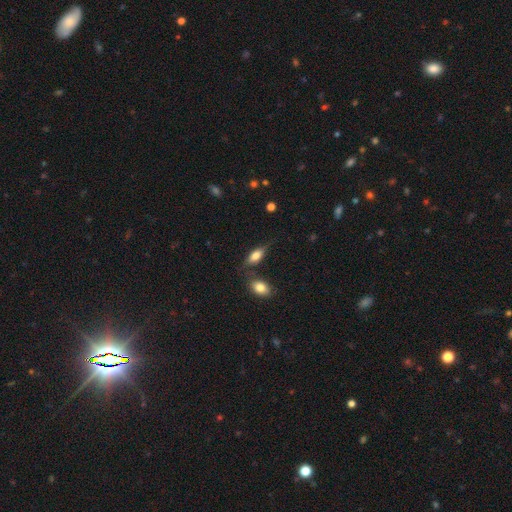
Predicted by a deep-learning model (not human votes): Smooth or featured: smooth — 71% (featured or disk — 22%)
How rounded: in between — 79% (cigar-shaped — 17%)
Merging: none — 62% (minor disturbance — 21%)